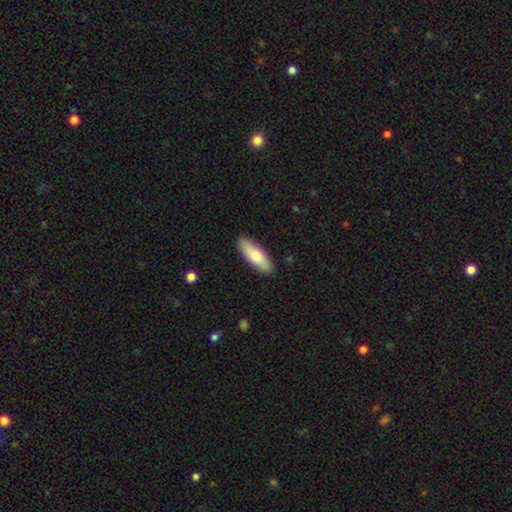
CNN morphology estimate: Smooth or featured? smooth (79%)
How rounded? in between (58%)
Merging? none (88%)